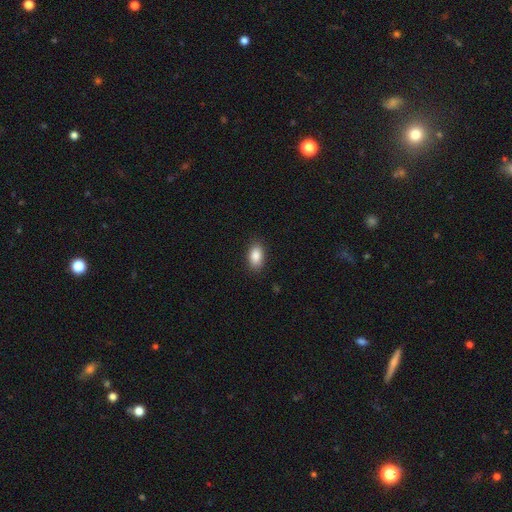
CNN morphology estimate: Smooth or featured: smooth — 87% (star or artifact — 7%)
How rounded: in between — 91% (round — 7%)
Merging: none — 87% (minor disturbance — 10%)